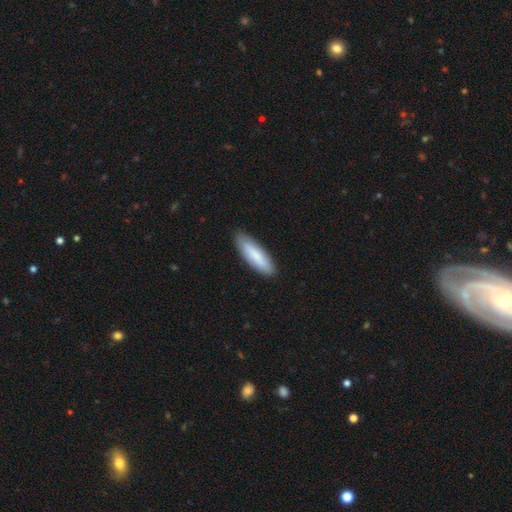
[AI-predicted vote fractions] A smooth galaxy with no disk features (80%) that is cigar-shaped (55%). Merging: none (87%).